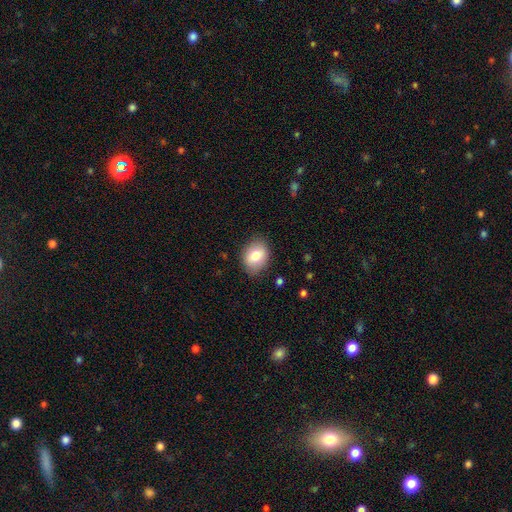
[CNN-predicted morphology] Overall: smooth (79%). How rounded: in between (63%; round 36%). Merging: none (84%).